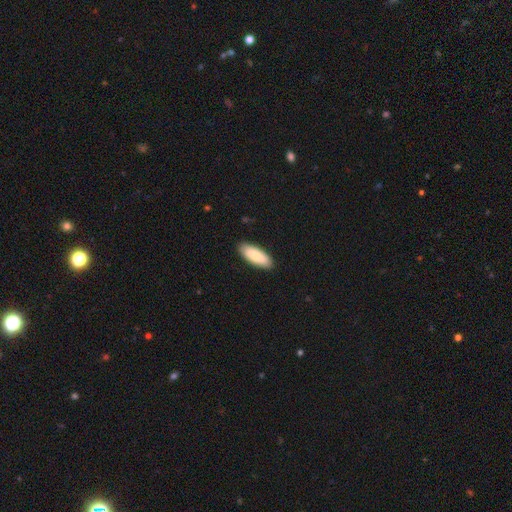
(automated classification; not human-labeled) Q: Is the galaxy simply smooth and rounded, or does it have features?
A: smooth — 86%.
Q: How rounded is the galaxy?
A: in between — 73%.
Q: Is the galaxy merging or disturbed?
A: none — 90%.